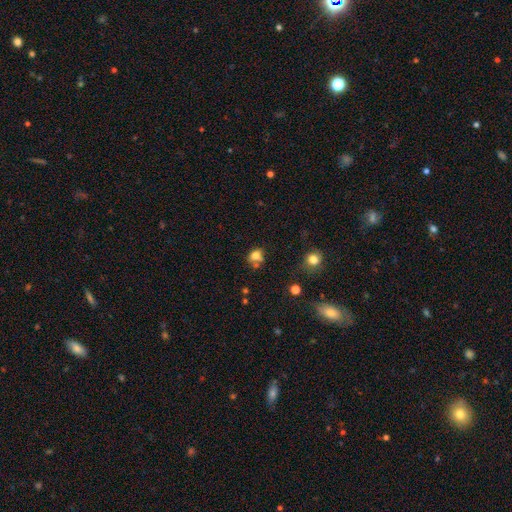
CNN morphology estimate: Smooth or featured? smooth (73%)
How rounded? round (55%)
Merging? none (45%)